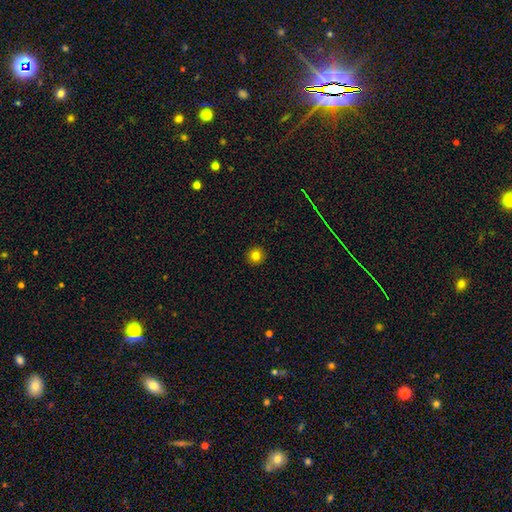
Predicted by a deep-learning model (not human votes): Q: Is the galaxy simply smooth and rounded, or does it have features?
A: smooth — 81%.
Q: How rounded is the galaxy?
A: round — 95%.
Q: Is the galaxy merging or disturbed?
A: none — 93%.